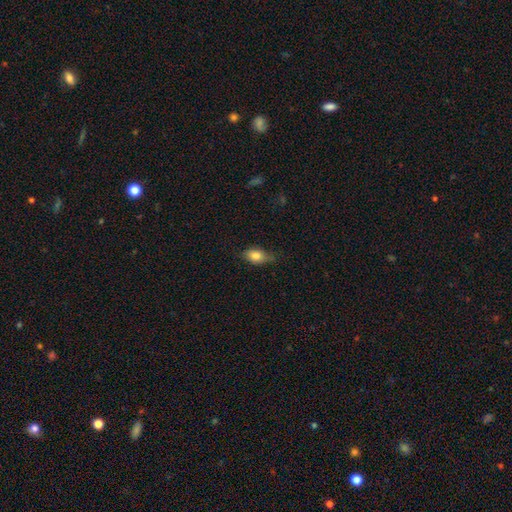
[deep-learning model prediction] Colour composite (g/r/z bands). It shows a smooth galaxy with no disk features (82%) that is in between round and cigar-shaped (84%). Merging: none (66%).